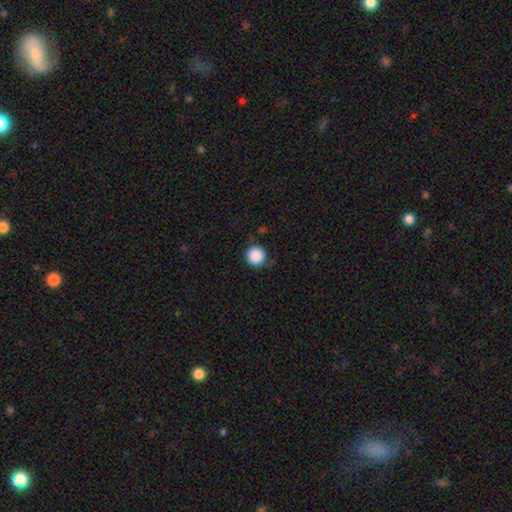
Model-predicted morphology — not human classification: A smooth galaxy with no disk features (88%) that is round (96%).

Vote fractions:
- Smooth or featured? smooth: 88% / star or artifact: 9% / featured or disk: 3%
- How rounded? round: 96% / in between: 3% / cigar-shaped: 1%
- Merging? none: 83% / minor disturbance: 12% / major disturbance: 4% / merger: 1%